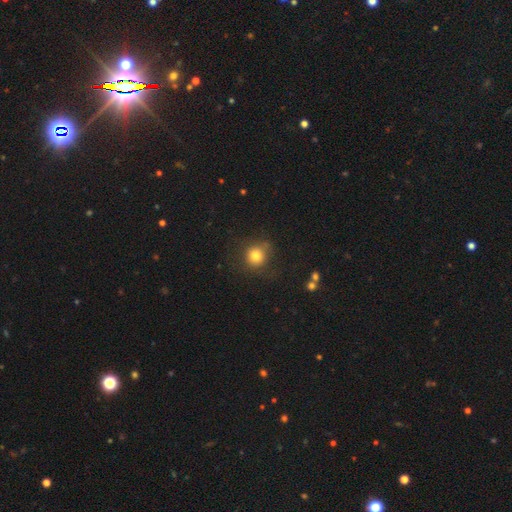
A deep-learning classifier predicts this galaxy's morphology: A smooth galaxy with no disk features (80%) that is round (88%). Merging: none (72%).